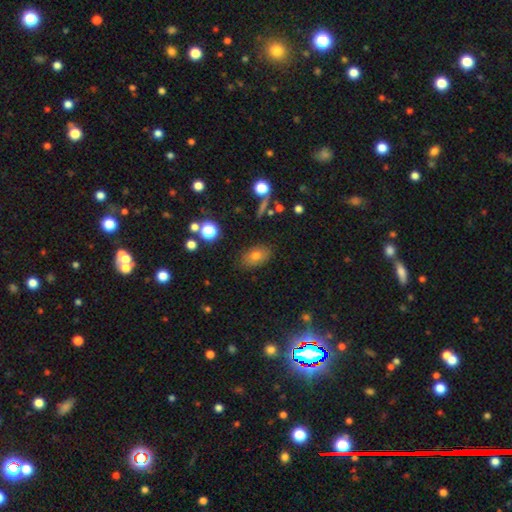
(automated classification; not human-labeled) Morphology: type=smooth (73%); roundness=in between (86%); merging=none (83%).